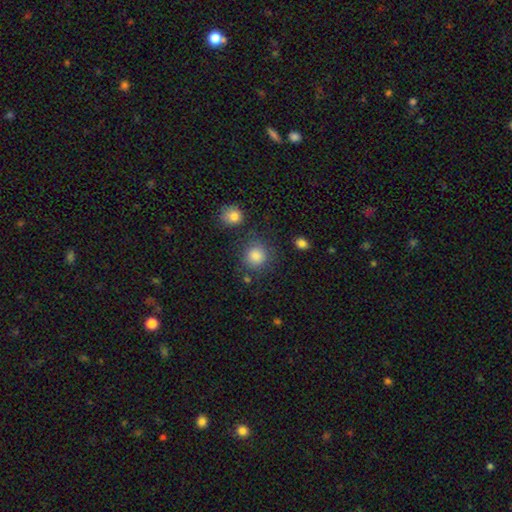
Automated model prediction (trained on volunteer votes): This appears to be a smooth galaxy with no disk features (85%) that is round (88%). Merging: none (76%).